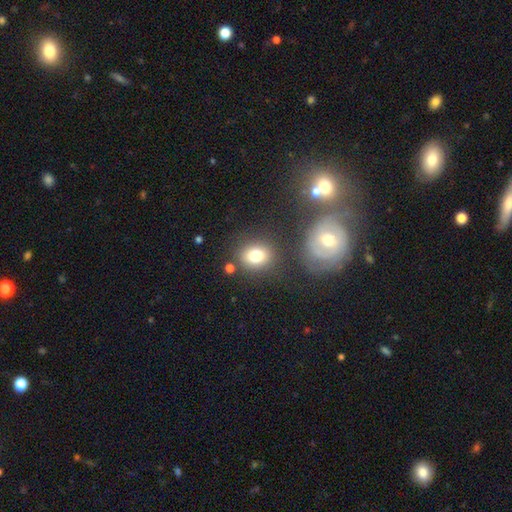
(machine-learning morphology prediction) Smooth or featured? smooth (79%)
How rounded? round (56%)
Merging? none (76%)